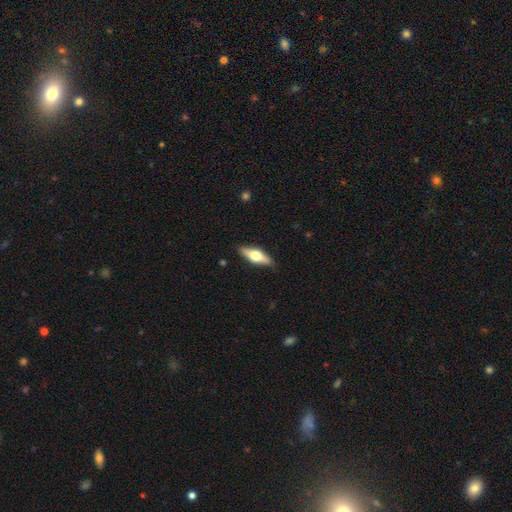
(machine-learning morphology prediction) This appears to be a featured or disk galaxy (49%). Merging: none (88%).